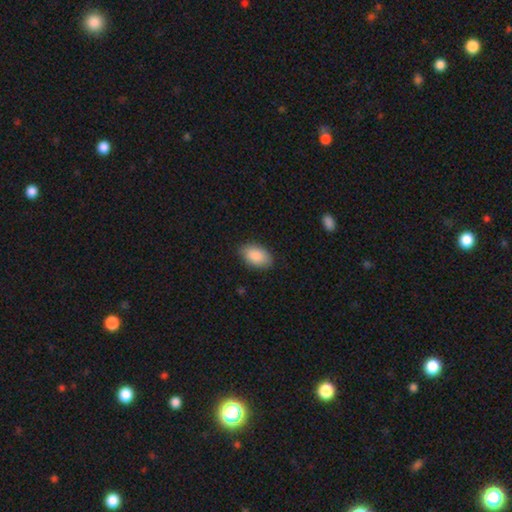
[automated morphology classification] This is clearly a smooth galaxy (89%). How rounded: clearly in between (93%). Merging: clearly none (85%).